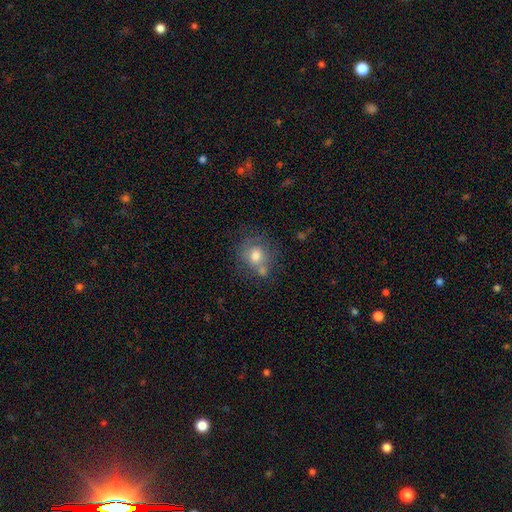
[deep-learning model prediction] This appears to be a smooth galaxy with no disk features (70%) that is round (66%). Merging: none (49%).